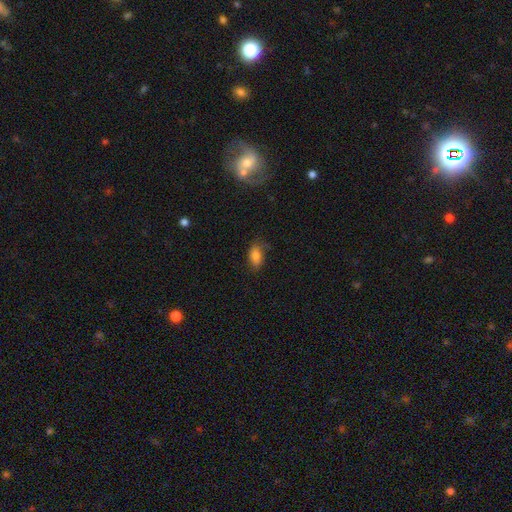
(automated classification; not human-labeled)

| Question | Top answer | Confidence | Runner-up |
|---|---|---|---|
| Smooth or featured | smooth | 78% | featured or disk (13%) |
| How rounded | in between | 88% | round (8%) |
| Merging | none | 65% | minor disturbance (25%) |